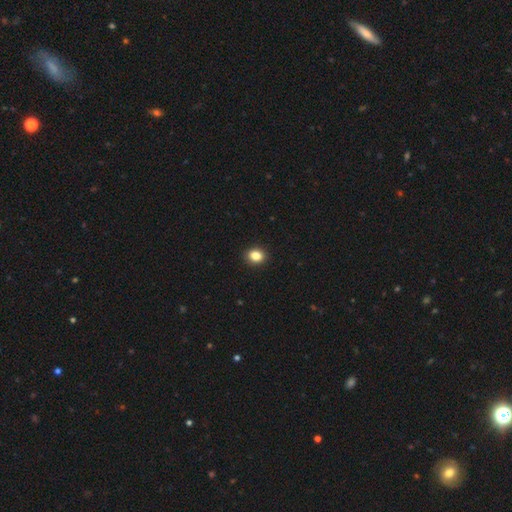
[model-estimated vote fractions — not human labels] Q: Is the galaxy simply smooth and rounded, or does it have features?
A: smooth — 85%.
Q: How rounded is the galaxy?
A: round — 60%.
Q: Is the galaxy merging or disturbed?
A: none — 92%.